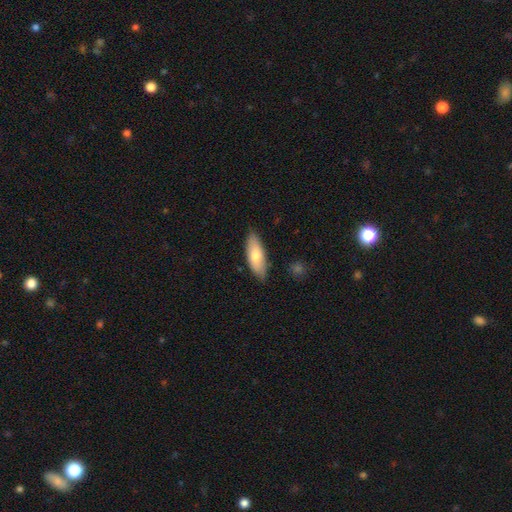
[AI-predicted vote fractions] Q: Smooth or featured?
A: smooth (73%); runner-up: featured or disk (22%)
Q: How rounded?
A: in between (72%); runner-up: cigar-shaped (26%)
Q: Merging?
A: none (82%); runner-up: minor disturbance (14%)